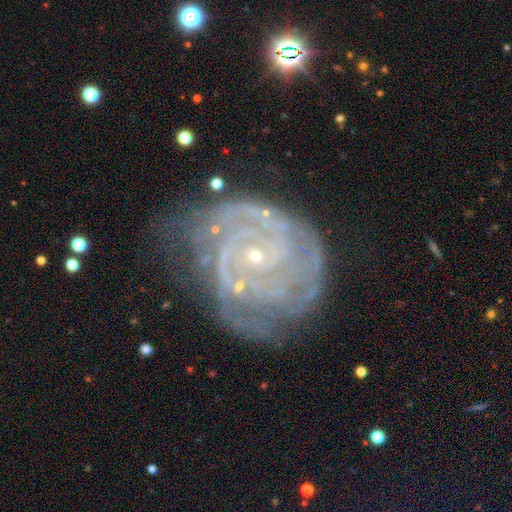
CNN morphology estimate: smooth-or-featured: featured or disk: 87% | star or artifact: 7% | smooth: 6%
  disk-edge-on: no: 98% | yes: 2%
    bar: no: 72% | weak: 22% | strong: 7%
    has-spiral-arms: yes: 95% | no: 5%
      spiral-winding: tight: 75% | medium: 20% | loose: 4%
      spiral-arm-count: can't tell: 31% | 2: 22% | 3: 19% | 4: 13% | more than 4: 8% | 1: 7%
    bulge-size: small: 87% | moderate: 9% | none: 2% | large: 1% | dominant: 1%
  merging: none: 52% | minor disturbance: 28% | major disturbance: 16% | merger: 4%